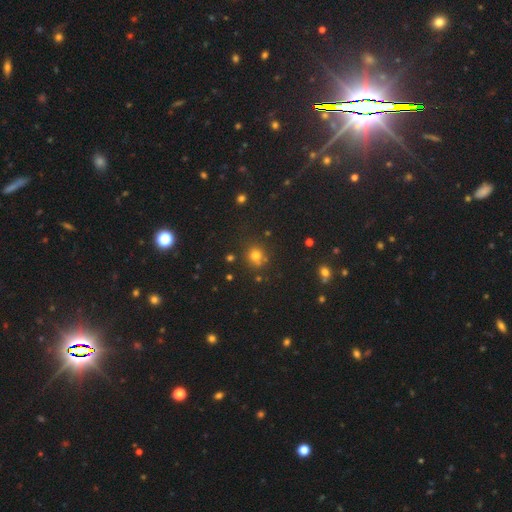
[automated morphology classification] A smooth galaxy with no disk features (72%) that is round (86%).

Vote fractions:
- Smooth or featured? smooth: 72% / star or artifact: 20% / featured or disk: 7%
- How rounded? round: 86% / in between: 13% / cigar-shaped: 1%
- Merging? none: 75% / minor disturbance: 12% / merger: 9% / major disturbance: 4%